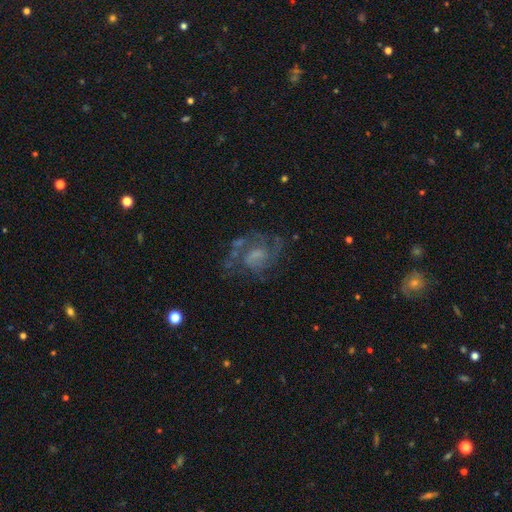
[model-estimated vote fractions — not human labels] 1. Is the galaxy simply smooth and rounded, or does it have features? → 74% featured or disk, 15% smooth, 11% star or artifact.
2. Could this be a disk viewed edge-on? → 97% no, 3% yes.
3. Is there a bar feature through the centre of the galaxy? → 46% no, 44% weak, 9% strong.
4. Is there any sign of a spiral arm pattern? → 83% yes, 17% no.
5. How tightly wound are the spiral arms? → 50% medium, 25% tight, 25% loose.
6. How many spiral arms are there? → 44% 2, 26% can't tell, 16% 3, 6% 1, 5% 4, 4% more than 4.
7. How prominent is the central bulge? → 36% none, 34% small, 25% moderate, 5% large, 1% dominant.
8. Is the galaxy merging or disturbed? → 54% none, 23% major disturbance, 19% minor disturbance, 4% merger.